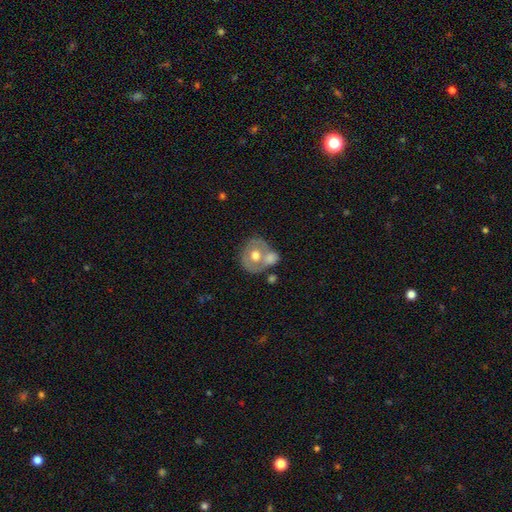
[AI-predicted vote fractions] Smooth or featured? featured or disk (47%, tied with smooth)
Merging? none (42%)